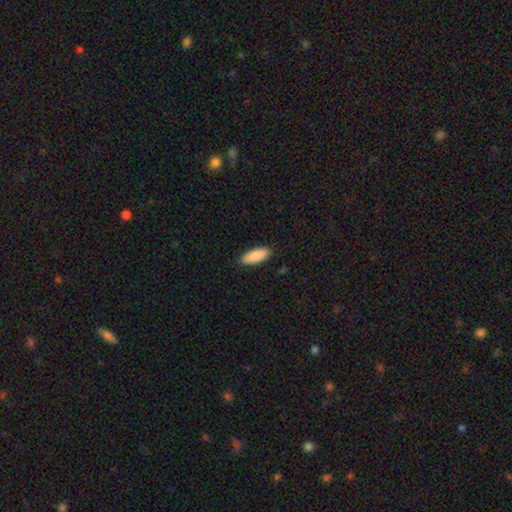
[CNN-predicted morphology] smooth_or_featured: smooth (p=0.88) [alt: featured or disk p=0.06]
how_rounded: in between (p=0.78) [alt: cigar-shaped p=0.20]
merging: none (p=0.88) [alt: minor disturbance p=0.10]